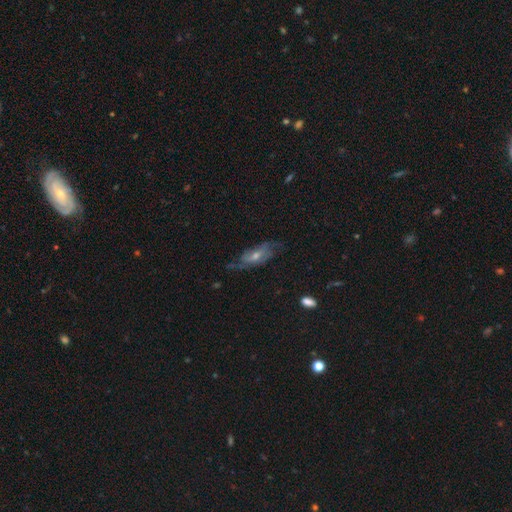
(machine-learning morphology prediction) Smooth or featured?
  - featured or disk: 67% *
  - smooth: 22%
  - star or artifact: 12%
Edge-on disk?
  - no: 81% *
  - yes: 19%
Bar?
  - no: 61% *
  - weak: 31%
  - strong: 8%
Spiral arms?
  - yes: 81% *
  - no: 19%
Bulge size?
  - moderate: 49% *
  - small: 44%
  - large: 3%
  - none: 3%
  - dominant: 1%
Merging?
  - none: 62% *
  - minor disturbance: 23%
  - major disturbance: 13%
  - merger: 2%